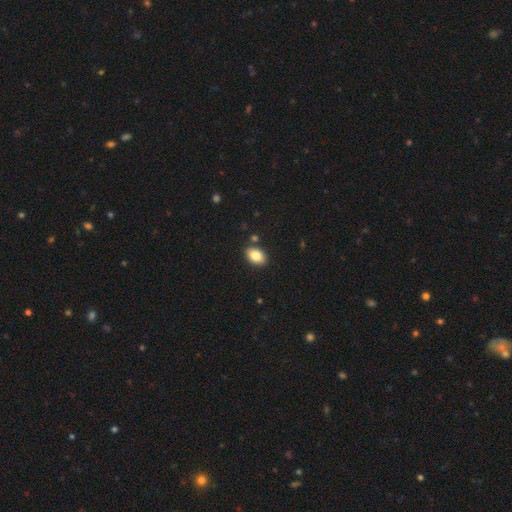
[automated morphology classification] A smooth galaxy with no disk features (83%) that is in between round and cigar-shaped (87%). Merging: none (85%).